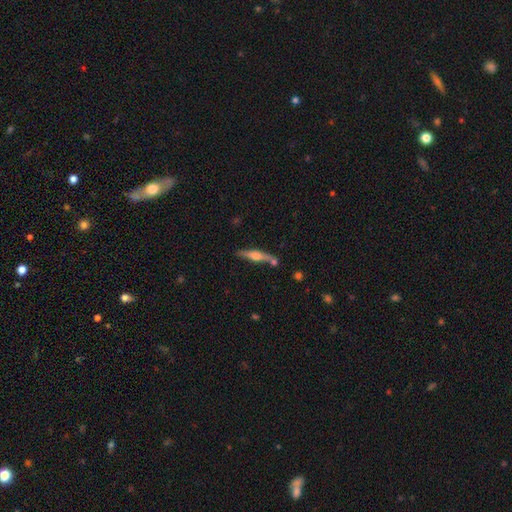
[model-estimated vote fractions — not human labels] The model was most divided on "smooth or featured": featured or disk: 59%, smooth: 35%, star or artifact: 6%. More confident: edge-on disk — yes (95%); edge-on bulge — rounded (89%); merging — none (73%).